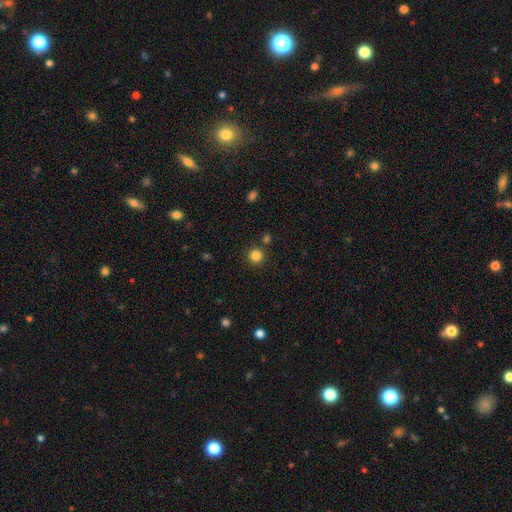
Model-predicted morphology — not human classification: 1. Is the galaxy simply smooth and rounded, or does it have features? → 83% smooth, 12% star or artifact, 4% featured or disk.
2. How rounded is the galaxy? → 94% round, 5% in between, 1% cigar-shaped.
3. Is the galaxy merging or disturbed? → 86% none, 6% minor disturbance, 5% merger, 2% major disturbance.